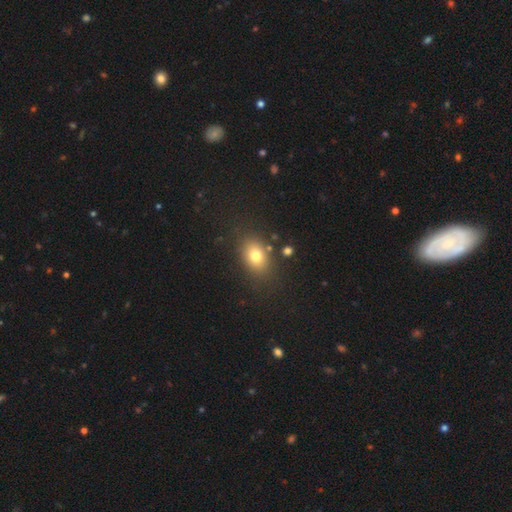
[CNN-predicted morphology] type=smooth (77%); roundness=in between (72%); merging=none (81%).